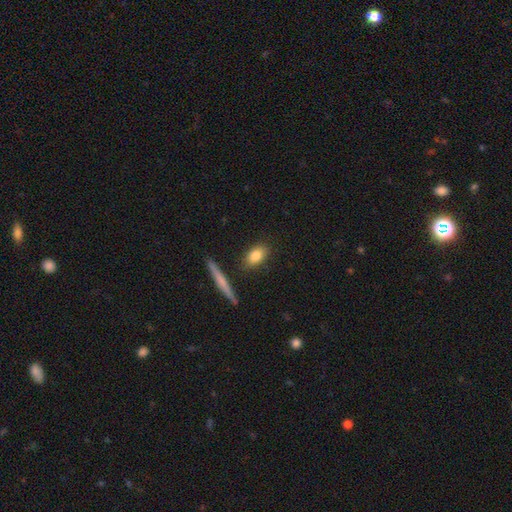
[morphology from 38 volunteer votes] smooth-or-featured: smooth: 87% | star or artifact: 8% | featured or disk: 5%
  how-rounded: in between: 76% | cigar-shaped: 21% | round: 3%
  merging: none: 83% | minor disturbance: 17% | major disturbance: 0% | merger: 0%